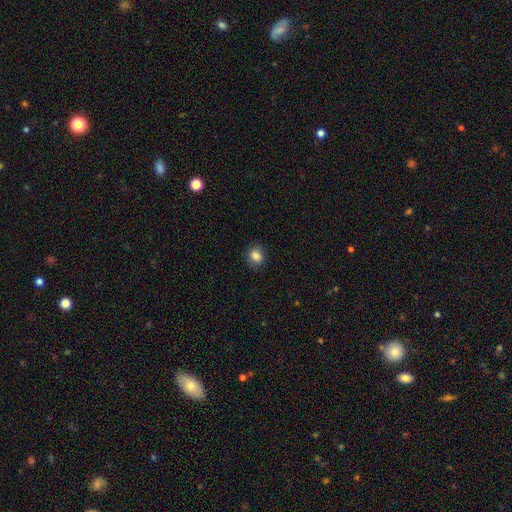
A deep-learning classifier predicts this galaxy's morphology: smooth-or-featured: smooth: 86% | star or artifact: 10% | featured or disk: 5%
  how-rounded: round: 56% | in between: 43% | cigar-shaped: 1%
  merging: none: 83% | minor disturbance: 12% | major disturbance: 3% | merger: 1%